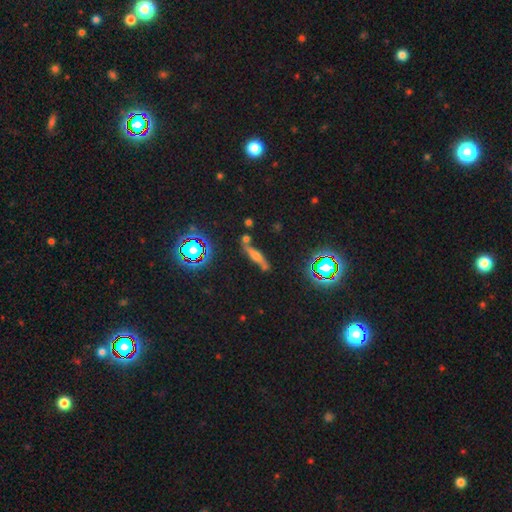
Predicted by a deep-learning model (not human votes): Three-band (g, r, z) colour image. It shows a featured or disk galaxy (44%). Merging: none (67%).